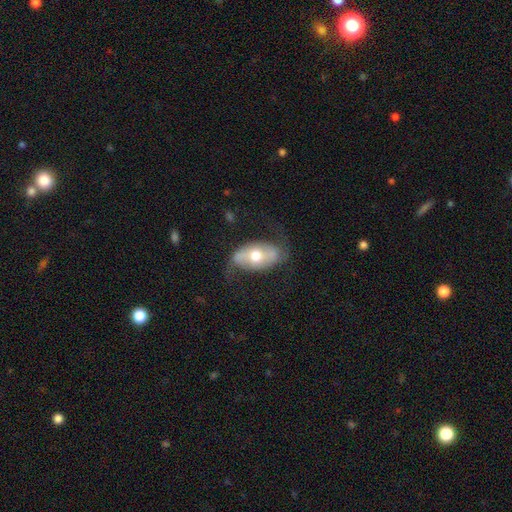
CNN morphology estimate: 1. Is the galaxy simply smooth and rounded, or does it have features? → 65% featured or disk, 29% smooth, 6% star or artifact.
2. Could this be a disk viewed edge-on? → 90% no, 10% yes.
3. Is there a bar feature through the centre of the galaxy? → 47% no, 29% weak, 24% strong.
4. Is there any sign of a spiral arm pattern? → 75% yes, 25% no.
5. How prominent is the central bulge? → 75% moderate, 12% large, 11% small, 2% dominant, 1% none.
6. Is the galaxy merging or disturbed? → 66% none, 20% minor disturbance, 12% major disturbance, 2% merger.